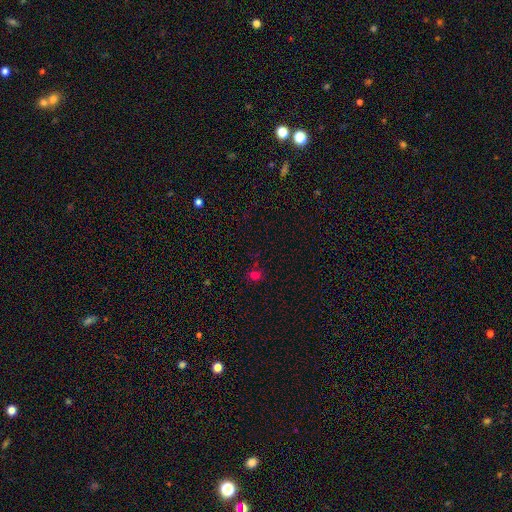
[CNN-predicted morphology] type=smooth (60%); roundness=round (69%); merging=none (76%).